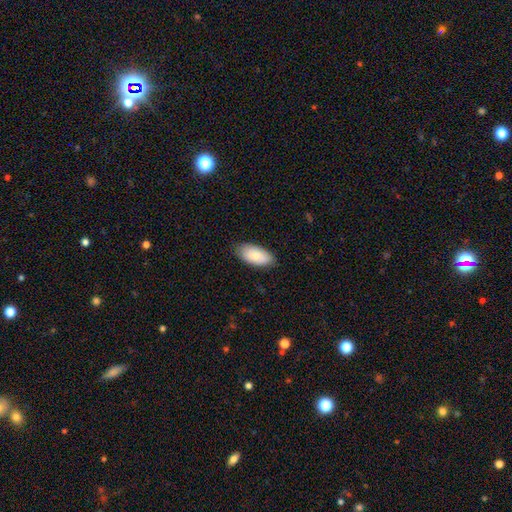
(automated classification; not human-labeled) Smooth or featured? smooth (80%)
How rounded? in between (94%)
Merging? none (83%)